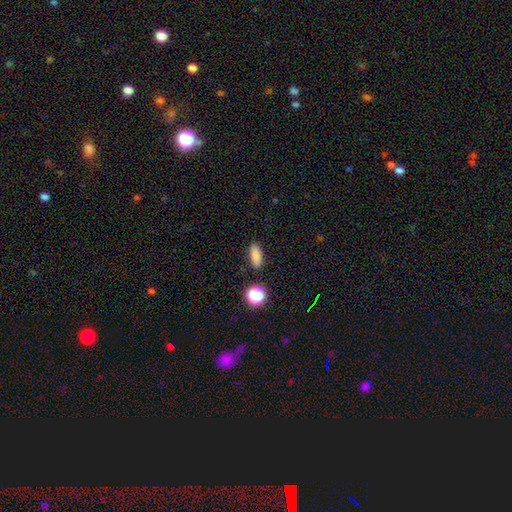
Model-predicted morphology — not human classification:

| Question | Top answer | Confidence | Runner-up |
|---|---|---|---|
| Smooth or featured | smooth | 83% | star or artifact (12%) |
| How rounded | in between | 66% | cigar-shaped (27%) |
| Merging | none | 87% | minor disturbance (8%) |